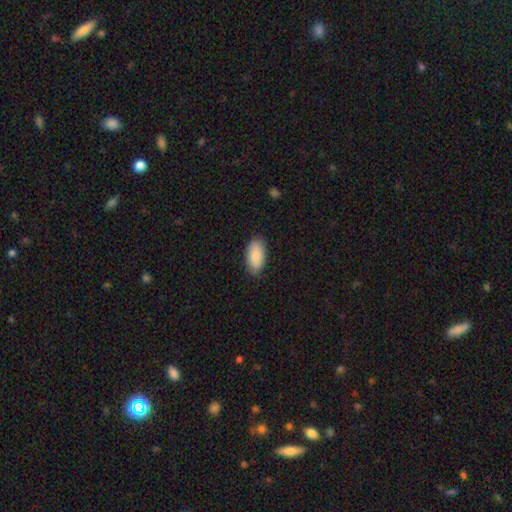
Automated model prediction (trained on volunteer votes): smooth 89%, star or artifact 6%, featured or disk 6%. Down the decision tree: how rounded — in between (94%); merging — none (85%).